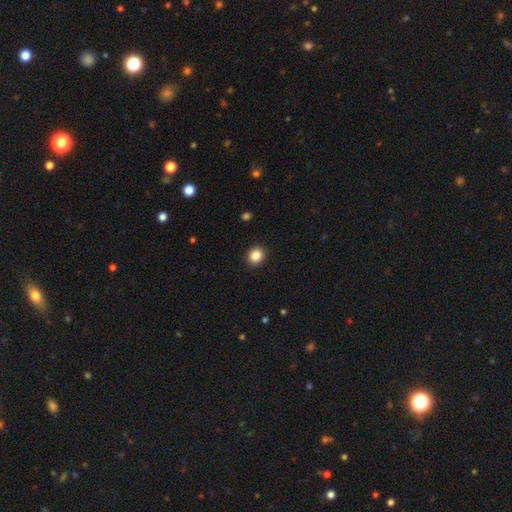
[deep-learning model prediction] Smooth or featured? smooth (86%)
How rounded? round (84%)
Merging? none (92%)